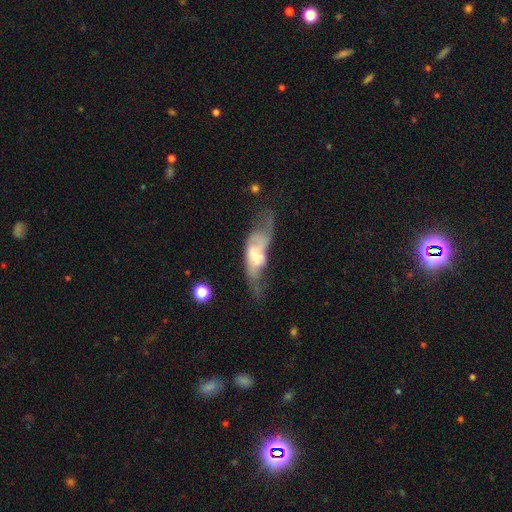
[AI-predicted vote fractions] Overall: featured or disk (57%; smooth 35%). Edge-on disk: no (76%). Merging: major disturbance (39%; none 25%).